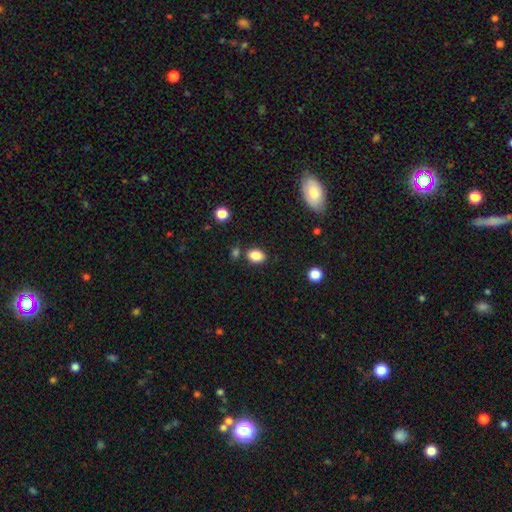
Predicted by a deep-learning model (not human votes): Q: Smooth or featured?
A: smooth (85%); runner-up: star or artifact (10%)
Q: How rounded?
A: in between (73%); runner-up: round (26%)
Q: Merging?
A: none (78%); runner-up: minor disturbance (11%)